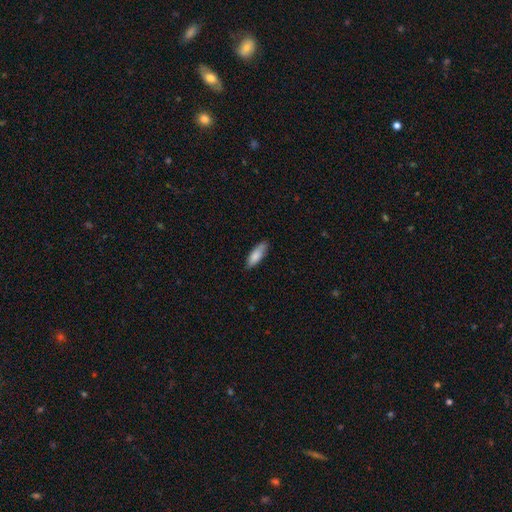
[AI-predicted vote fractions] Smooth or featured?
  - smooth: 84% *
  - featured or disk: 10%
  - star or artifact: 6%
How rounded?
  - in between: 59% *
  - cigar-shaped: 39%
  - round: 2%
Merging?
  - none: 81% *
  - minor disturbance: 15%
  - major disturbance: 2%
  - merger: 1%